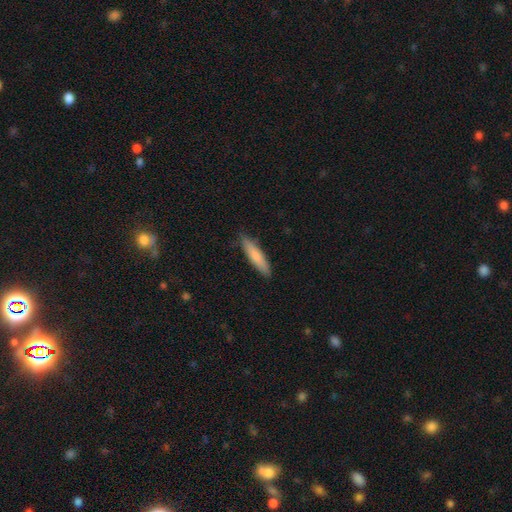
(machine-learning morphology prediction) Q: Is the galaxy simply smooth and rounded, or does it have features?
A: smooth — 78%.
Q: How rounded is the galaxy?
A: cigar-shaped — 80%.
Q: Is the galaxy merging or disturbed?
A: none — 86%.